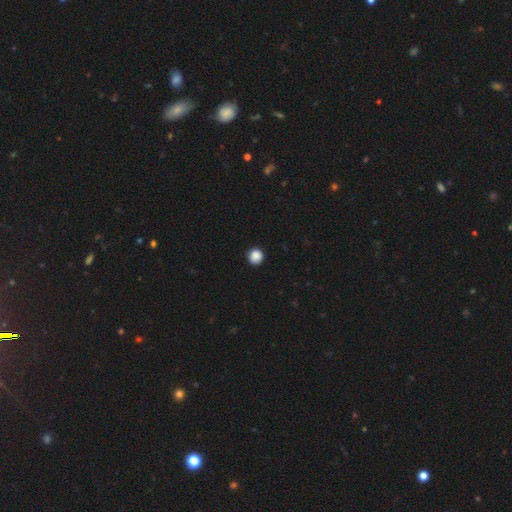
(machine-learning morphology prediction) Smooth or featured: smooth — 88% (star or artifact — 9%)
How rounded: round — 92% (in between — 7%)
Merging: none — 91% (minor disturbance — 6%)